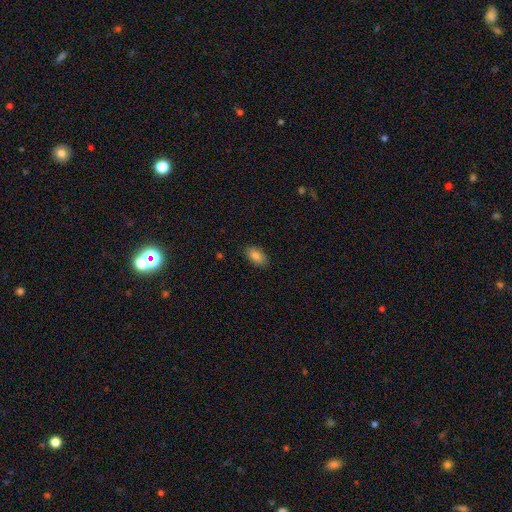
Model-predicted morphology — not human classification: Smooth or featured? smooth (85%)
How rounded? in between (92%)
Merging? none (85%)